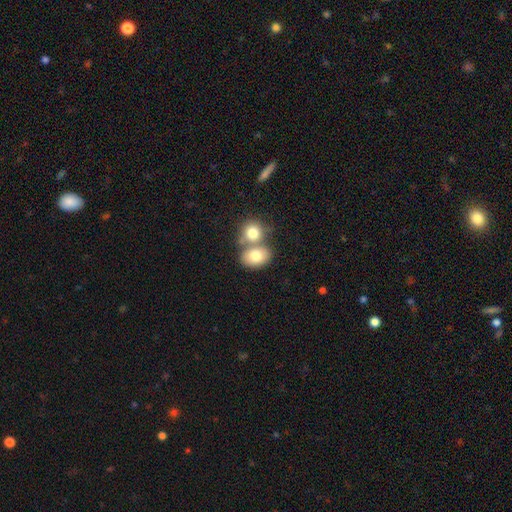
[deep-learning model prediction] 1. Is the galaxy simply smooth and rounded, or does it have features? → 77% smooth, 15% featured or disk, 8% star or artifact.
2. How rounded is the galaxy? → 66% in between, 33% round, 1% cigar-shaped.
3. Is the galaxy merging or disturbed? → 53% merger, 36% none, 8% minor disturbance, 3% major disturbance.